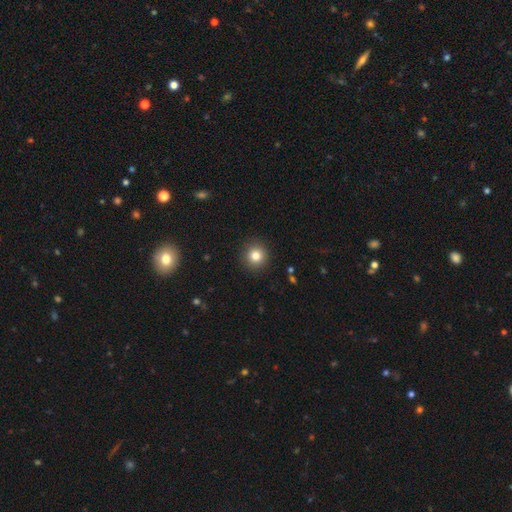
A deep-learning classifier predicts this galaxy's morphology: Overall: smooth (81%). How rounded: round (95%). Merging: none (92%).